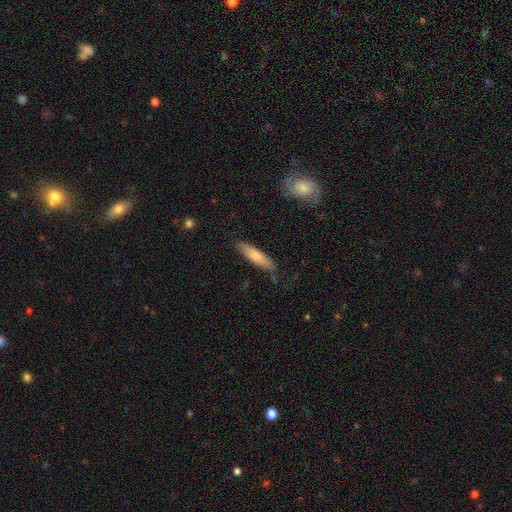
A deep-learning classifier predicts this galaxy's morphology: Overall: smooth (78%). How rounded: cigar-shaped (72%). Merging: none (80%).